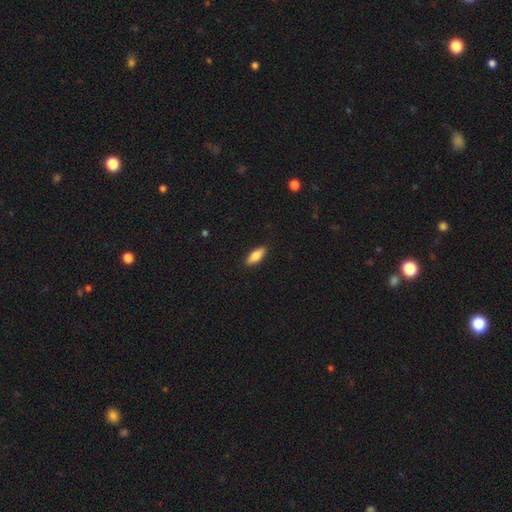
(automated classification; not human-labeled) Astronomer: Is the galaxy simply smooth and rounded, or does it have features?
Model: smooth — 78%.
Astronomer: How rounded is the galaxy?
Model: in between — 71%.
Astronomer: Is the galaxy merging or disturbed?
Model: none — 90%.